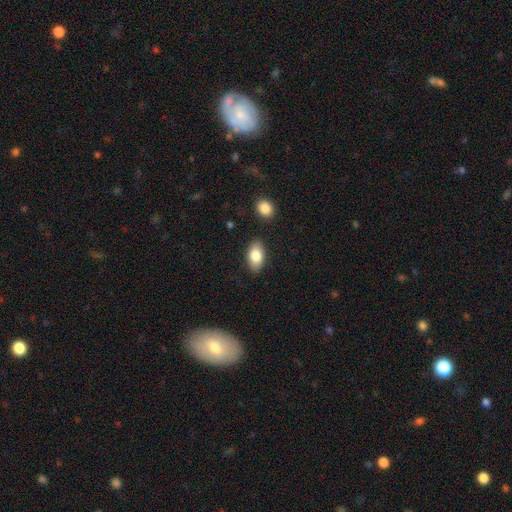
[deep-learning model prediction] Q: Smooth or featured?
A: smooth (83%); runner-up: featured or disk (11%)
Q: How rounded?
A: in between (92%); runner-up: round (6%)
Q: Merging?
A: none (85%); runner-up: minor disturbance (10%)